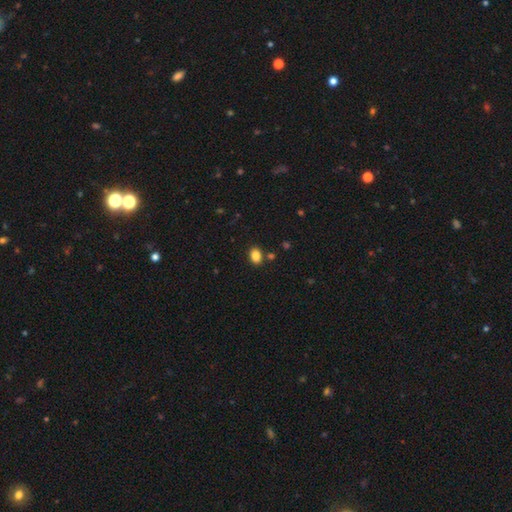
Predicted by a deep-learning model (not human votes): Overall: smooth (86%). How rounded: in between (73%). Merging: none (84%).